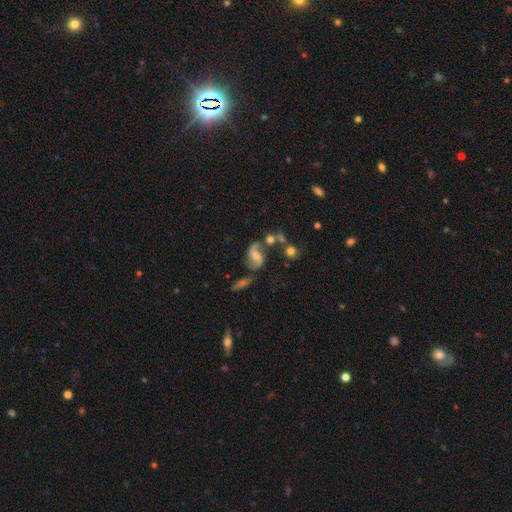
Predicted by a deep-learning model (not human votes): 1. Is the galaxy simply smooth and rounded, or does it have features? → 77% featured or disk, 13% smooth, 10% star or artifact.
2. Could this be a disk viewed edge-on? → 97% no, 3% yes.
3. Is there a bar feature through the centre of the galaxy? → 45% weak, 35% no, 20% strong.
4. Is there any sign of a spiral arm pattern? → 93% yes, 7% no.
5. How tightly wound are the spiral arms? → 57% loose, 35% medium, 9% tight.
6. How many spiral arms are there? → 91% 2, 3% can't tell, 3% 1, 1% 3, 1% 4, 1% more than 4.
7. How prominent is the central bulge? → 44% moderate, 37% small, 11% none, 6% large, 2% dominant.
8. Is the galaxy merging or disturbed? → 58% none, 17% minor disturbance, 15% merger, 10% major disturbance.